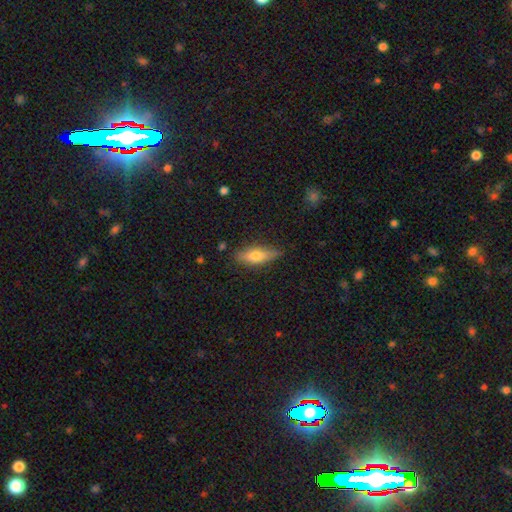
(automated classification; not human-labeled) This is likely a smooth galaxy (62%). How rounded: possibly in between (55%). Merging: clearly none (80%).